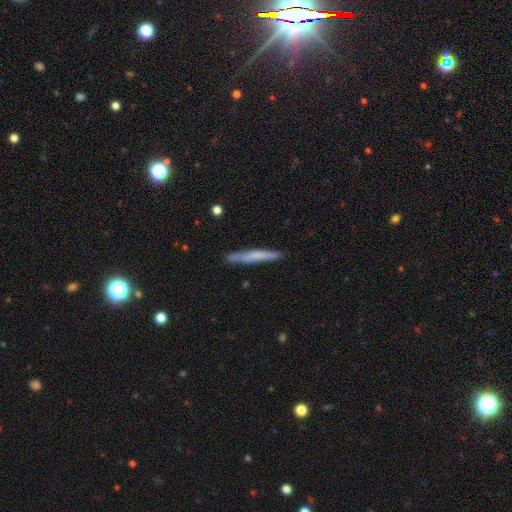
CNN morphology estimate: smooth 61%, featured or disk 33%, star or artifact 6%. Down the decision tree: how rounded — cigar-shaped (96%); merging — none (84%).